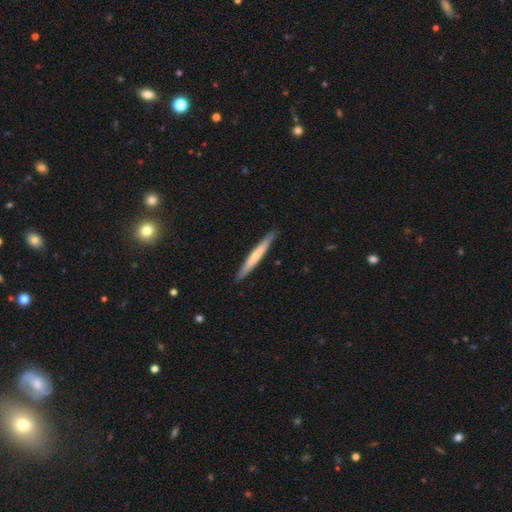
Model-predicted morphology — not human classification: Smooth or featured: smooth — 54% (featured or disk — 41%)
How rounded: cigar-shaped — 96% (in between — 2%)
Merging: none — 91% (minor disturbance — 7%)